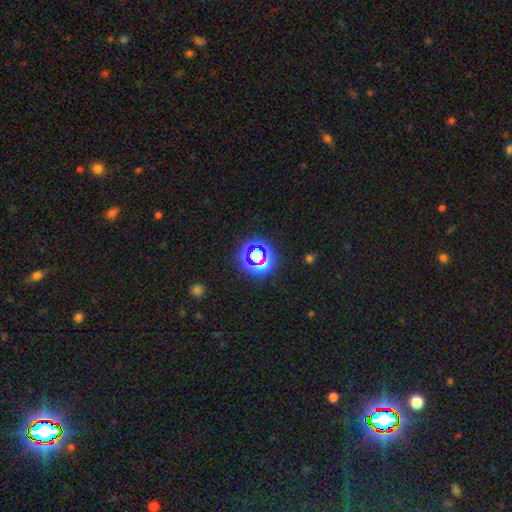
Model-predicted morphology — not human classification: Smooth or featured: star or artifact — 62% (smooth — 26%)